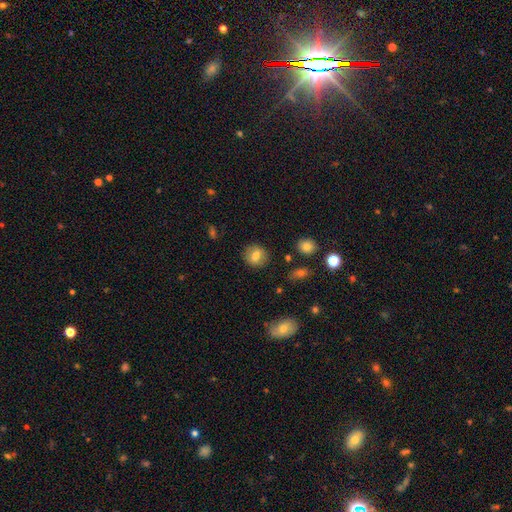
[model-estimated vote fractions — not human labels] smooth-or-featured: smooth: 76% | featured or disk: 15% | star or artifact: 10%
  how-rounded: round: 82% | in between: 17% | cigar-shaped: 1%
  merging: none: 87% | minor disturbance: 8% | major disturbance: 2% | merger: 2%